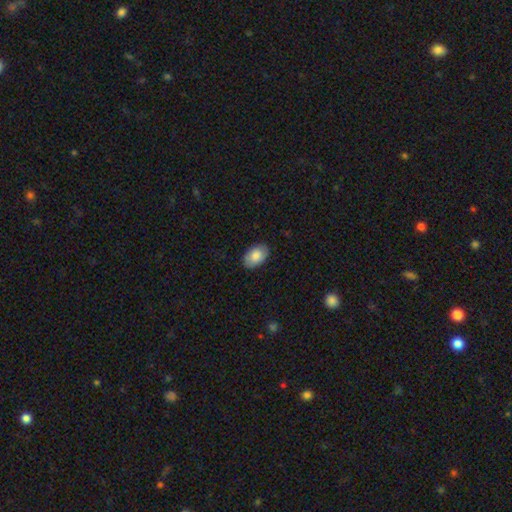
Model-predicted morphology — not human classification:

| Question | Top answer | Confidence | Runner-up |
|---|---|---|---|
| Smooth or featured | smooth | 83% | featured or disk (11%) |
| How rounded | in between | 91% | round (8%) |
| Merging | none | 87% | minor disturbance (10%) |